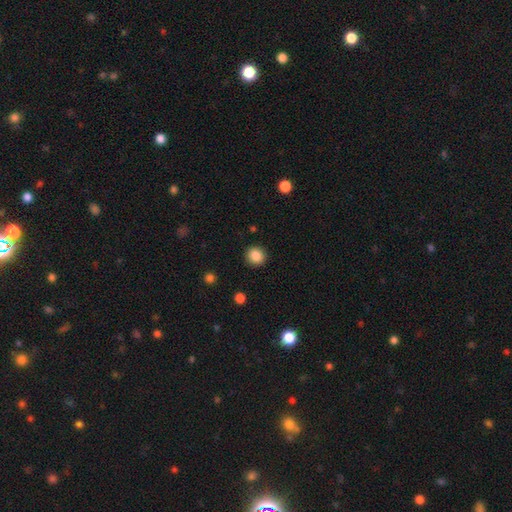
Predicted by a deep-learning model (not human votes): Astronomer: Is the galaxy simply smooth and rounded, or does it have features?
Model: smooth — 87%.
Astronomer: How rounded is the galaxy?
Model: round — 87%.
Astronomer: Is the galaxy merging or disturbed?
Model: none — 91%.